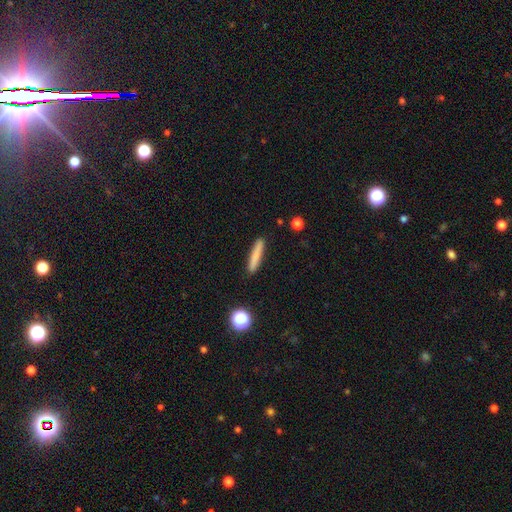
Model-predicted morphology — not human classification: Smooth or featured? Predicted: smooth (p=0.79). How rounded? Predicted: cigar-shaped (p=0.93). Merging? Predicted: none (p=0.90).